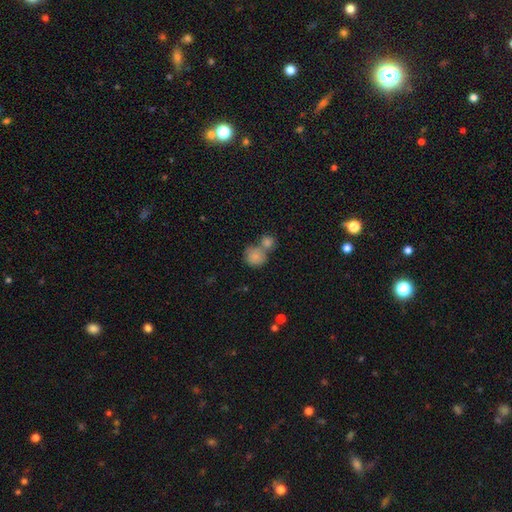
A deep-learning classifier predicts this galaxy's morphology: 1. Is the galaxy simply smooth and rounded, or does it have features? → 82% smooth, 9% featured or disk, 9% star or artifact.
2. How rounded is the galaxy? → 82% round, 16% in between, 1% cigar-shaped.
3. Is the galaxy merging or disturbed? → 50% merger, 37% none, 9% minor disturbance, 4% major disturbance.